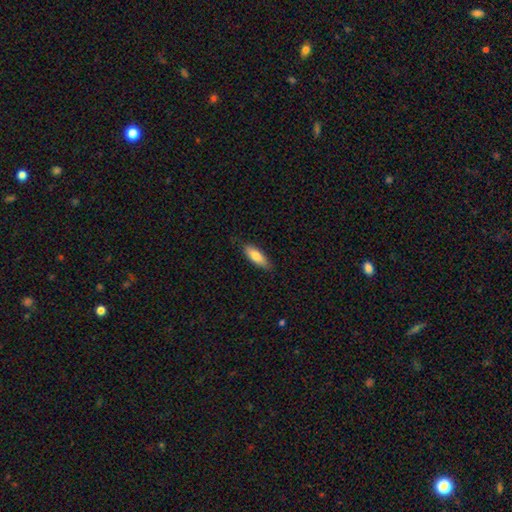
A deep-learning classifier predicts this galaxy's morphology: smooth_or_featured: smooth (p=0.80) [alt: featured or disk p=0.14]
how_rounded: in between (p=0.61) [alt: cigar-shaped p=0.37]
merging: none (p=0.81) [alt: minor disturbance p=0.15]